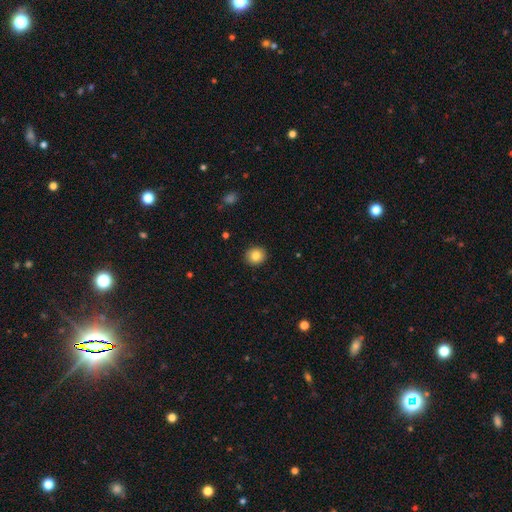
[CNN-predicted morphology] smooth 84%, star or artifact 9%, featured or disk 7%. Down the decision tree: how rounded — round (85%); merging — none (91%).